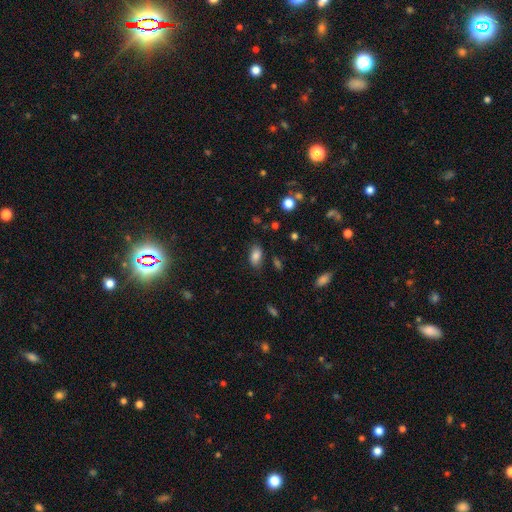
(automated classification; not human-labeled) This is clearly a smooth galaxy (83%). How rounded: clearly in between (90%). Merging: likely none (77%).